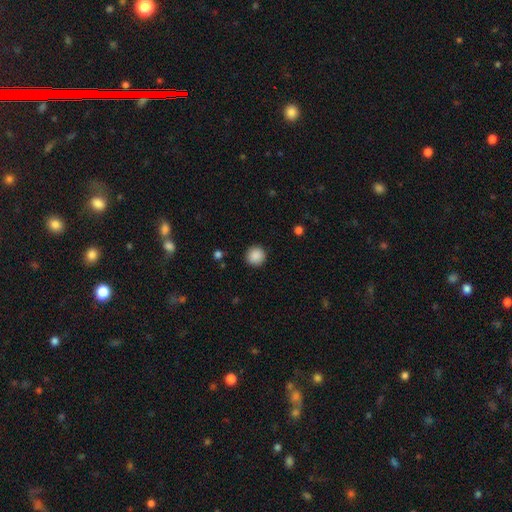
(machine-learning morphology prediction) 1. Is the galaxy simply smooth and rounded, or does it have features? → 89% smooth, 8% star or artifact, 3% featured or disk.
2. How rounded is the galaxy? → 95% round, 4% in between, 1% cigar-shaped.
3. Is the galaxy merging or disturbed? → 92% none, 5% minor disturbance, 2% major disturbance, 1% merger.